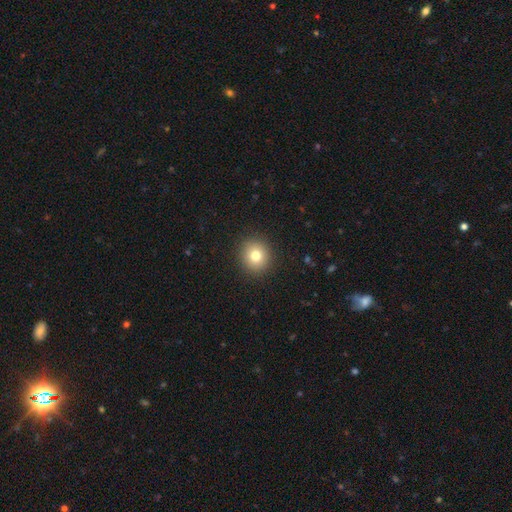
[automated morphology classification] Smooth or featured?
  - smooth: 79% *
  - star or artifact: 12%
  - featured or disk: 9%
How rounded?
  - round: 89% *
  - in between: 10%
  - cigar-shaped: 1%
Merging?
  - none: 92% *
  - minor disturbance: 5%
  - major disturbance: 2%
  - merger: 1%